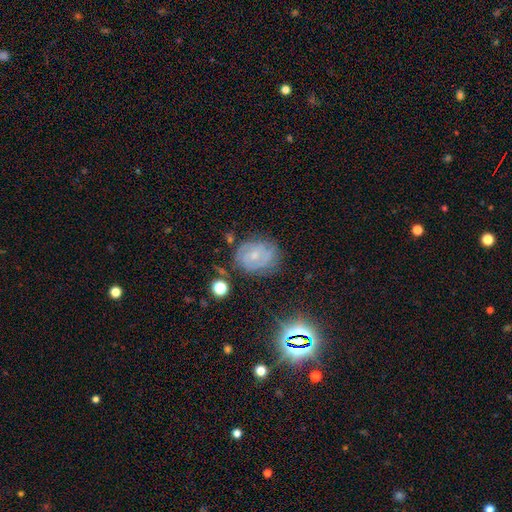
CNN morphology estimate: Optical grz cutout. It shows a featured or disk galaxy (63%) with no bar (63%), spiral arms (81%) and a small central bulge (65%). Merging: none (69%).